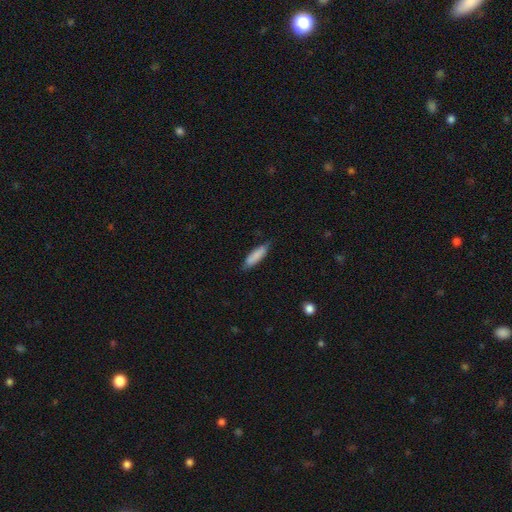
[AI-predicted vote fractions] This appears to be a smooth galaxy with no disk features (84%) that is cigar-shaped (61%). Merging: none (74%).